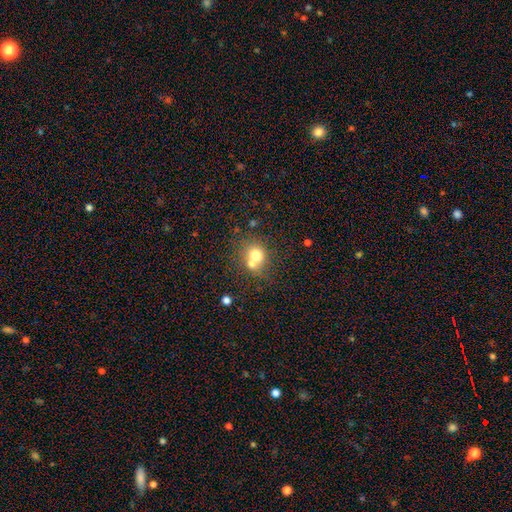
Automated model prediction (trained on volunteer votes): A smooth galaxy with no disk features (69%) that is round (77%).

Vote fractions:
- Smooth or featured? smooth: 69% / featured or disk: 18% / star or artifact: 12%
- How rounded? round: 77% / in between: 23% / cigar-shaped: 1%
- Merging? merger: 50% / none: 38% / minor disturbance: 8% / major disturbance: 4%